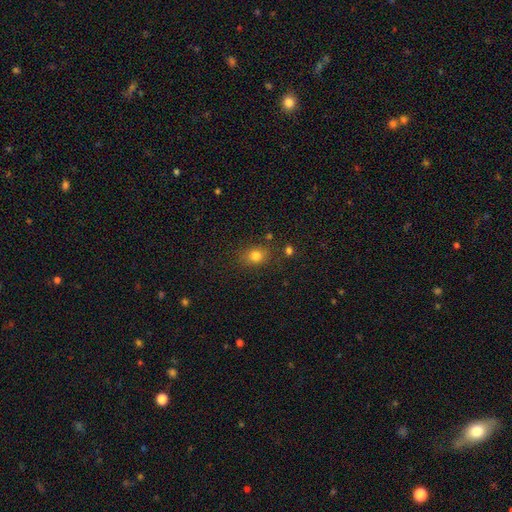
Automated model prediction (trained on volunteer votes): Smooth or featured? Predicted: smooth (p=0.80). How rounded? Predicted: round (p=0.58). Merging? Predicted: none (p=0.79).